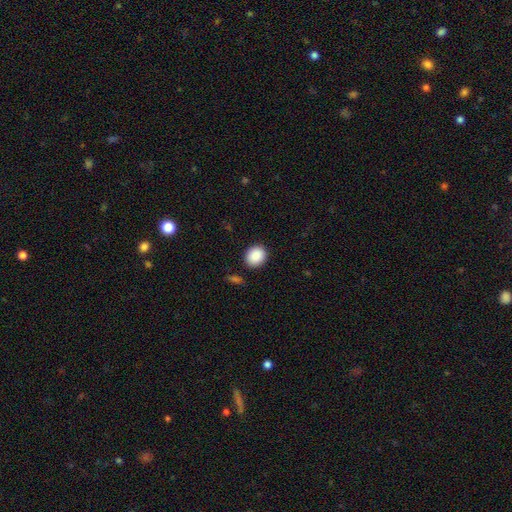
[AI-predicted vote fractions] smooth_or_featured: smooth (p=0.89) [alt: star or artifact p=0.07]
how_rounded: round (p=0.65) [alt: in between p=0.34]
merging: none (p=0.88) [alt: minor disturbance p=0.08]